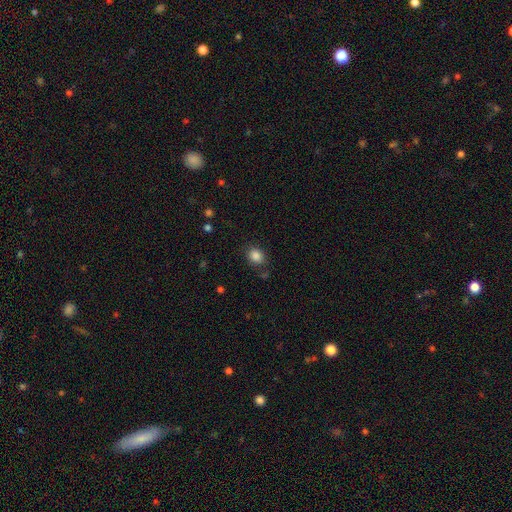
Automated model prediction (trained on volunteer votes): Morphology: type=smooth (85%); roundness=round (56%); merging=none (78%).